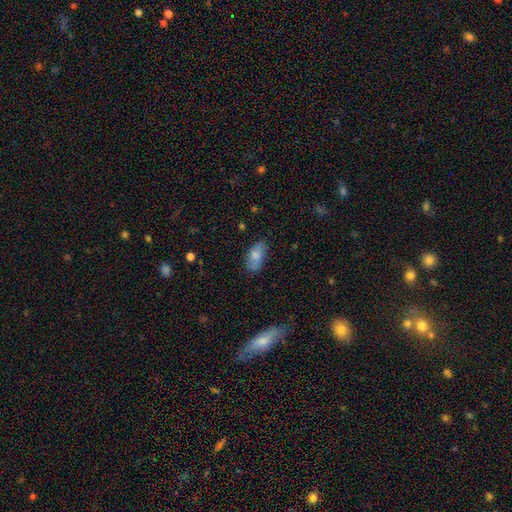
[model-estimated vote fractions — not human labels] Smooth or featured?
  - smooth: 73% *
  - featured or disk: 19%
  - star or artifact: 7%
How rounded?
  - in between: 91% *
  - cigar-shaped: 6%
  - round: 4%
Merging?
  - none: 71% *
  - minor disturbance: 22%
  - major disturbance: 5%
  - merger: 2%